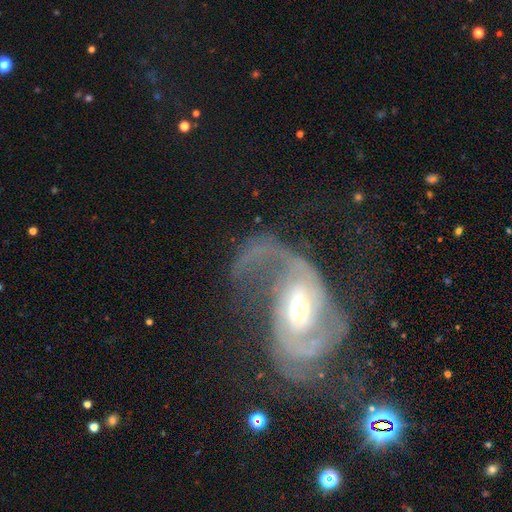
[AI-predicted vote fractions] The model was most divided on "bar" (2-way tie): weak: 39%, no: 39%, strong: 22%. Remaining: edge-on disk — no (96%); spiral arms — yes (86%); smooth or featured — featured or disk (80%); bulge size — moderate (60%); spiral arm count — 2 (56%); spiral winding — loose (51%); merging — major disturbance (46%).